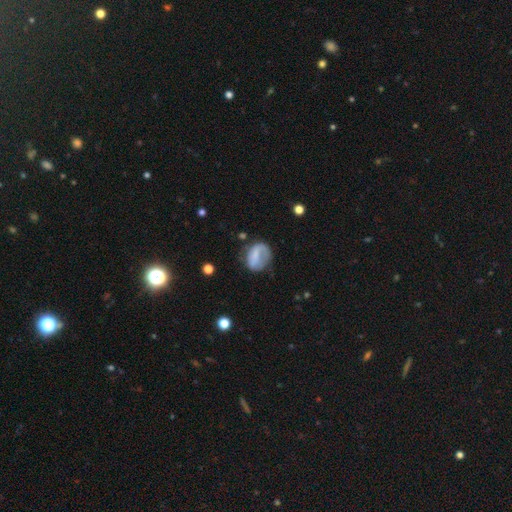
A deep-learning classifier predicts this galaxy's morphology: This appears to be a smooth galaxy with no disk features (57%) that is in between round and cigar-shaped (57%). Merging: none (45%).